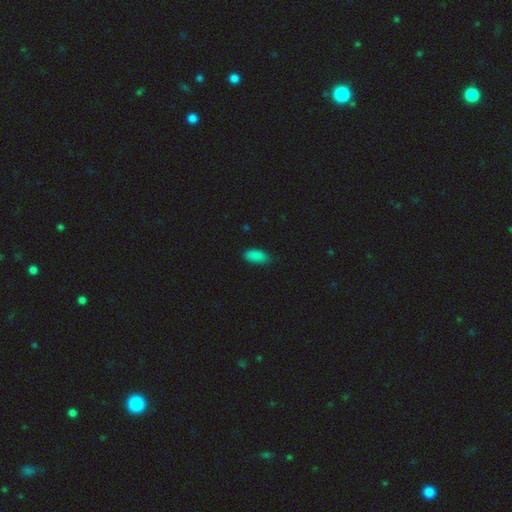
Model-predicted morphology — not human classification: Smooth or featured?
  - smooth: 87% *
  - star or artifact: 10%
  - featured or disk: 3%
How rounded?
  - in between: 90% *
  - cigar-shaped: 7%
  - round: 3%
Merging?
  - none: 79% *
  - minor disturbance: 17%
  - major disturbance: 3%
  - merger: 1%